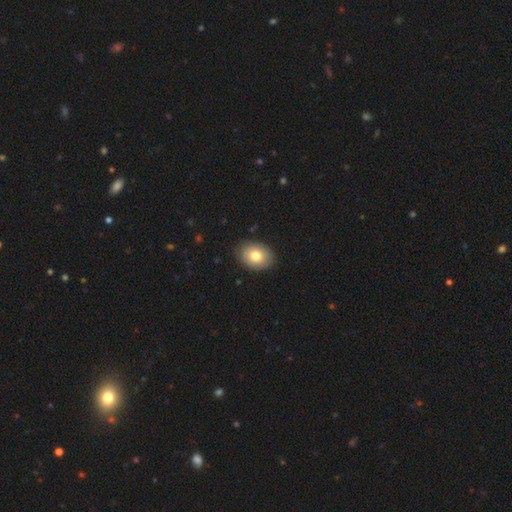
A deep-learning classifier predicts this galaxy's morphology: Smooth or featured? Predicted: smooth (p=0.80). How rounded? Predicted: in between (p=0.67). Merging? Predicted: none (p=0.88).